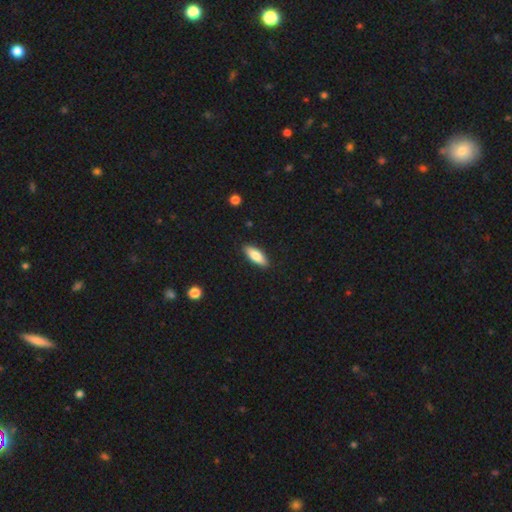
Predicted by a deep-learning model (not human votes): smooth 79%, featured or disk 15%, star or artifact 6%. Down the decision tree: how rounded — in between (61%); merging — none (89%).